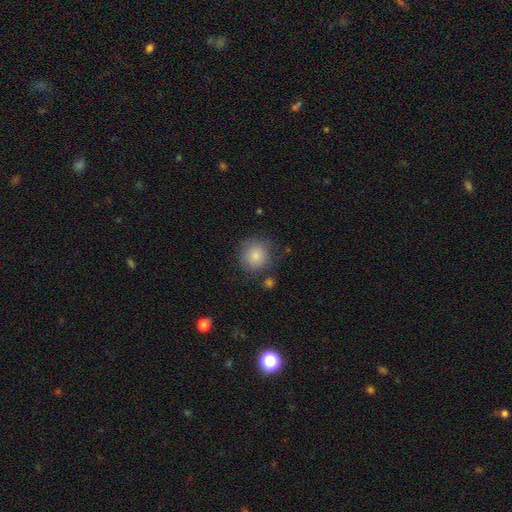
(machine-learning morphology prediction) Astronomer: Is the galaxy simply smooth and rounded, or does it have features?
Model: smooth — 84%.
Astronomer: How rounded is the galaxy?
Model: round — 90%.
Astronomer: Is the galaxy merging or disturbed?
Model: none — 77%.